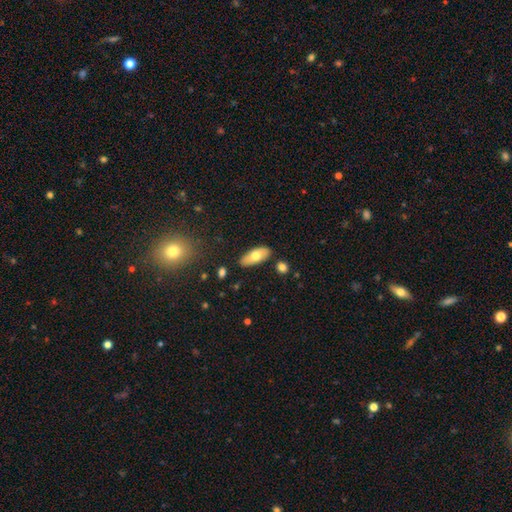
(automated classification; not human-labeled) smooth 68%, featured or disk 25%, star or artifact 6%. Down the decision tree: how rounded — in between (84%); merging — none (82%).